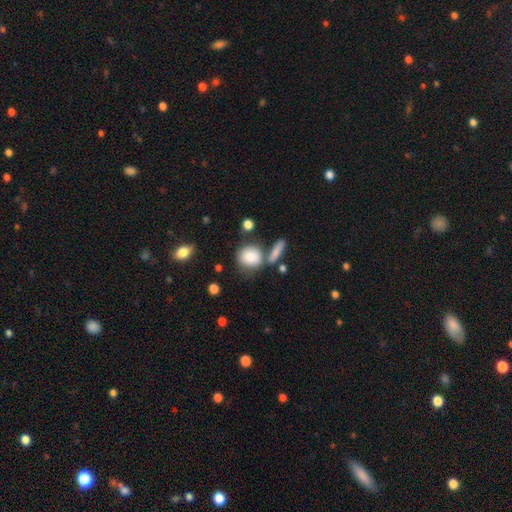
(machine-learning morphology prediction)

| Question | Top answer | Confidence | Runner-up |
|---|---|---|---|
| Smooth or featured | smooth | 63% | star or artifact (20%) |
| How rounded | round | 77% | in between (17%) |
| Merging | none | 63% | merger (20%) |